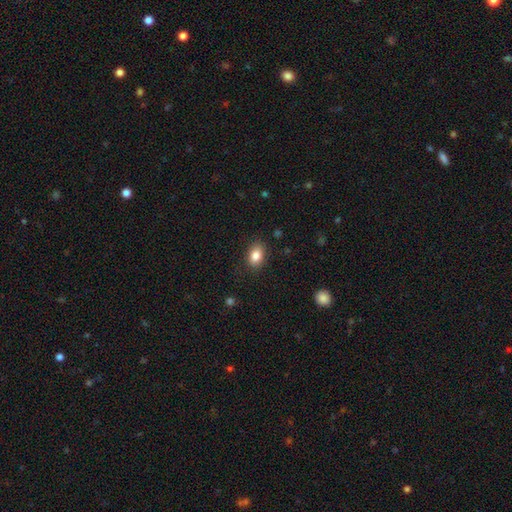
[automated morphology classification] Overall: smooth (85%). How rounded: in between (82%). Merging: none (86%).